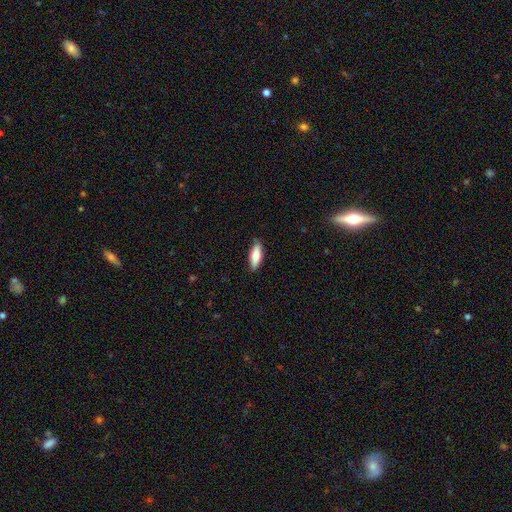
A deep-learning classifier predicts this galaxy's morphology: smooth-or-featured: smooth: 80% | featured or disk: 14% | star or artifact: 6%
  how-rounded: in between: 63% | cigar-shaped: 35% | round: 2%
  merging: none: 86% | minor disturbance: 11% | major disturbance: 2% | merger: 1%